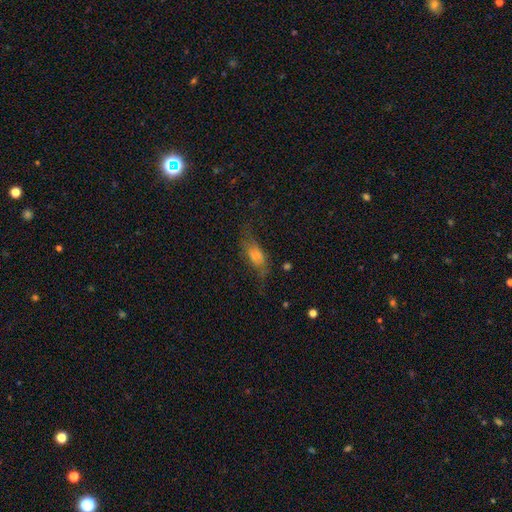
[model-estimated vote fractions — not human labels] smooth 57%, featured or disk 32%, star or artifact 11%. Down the decision tree: how rounded — in between (74%); merging — none (39%).